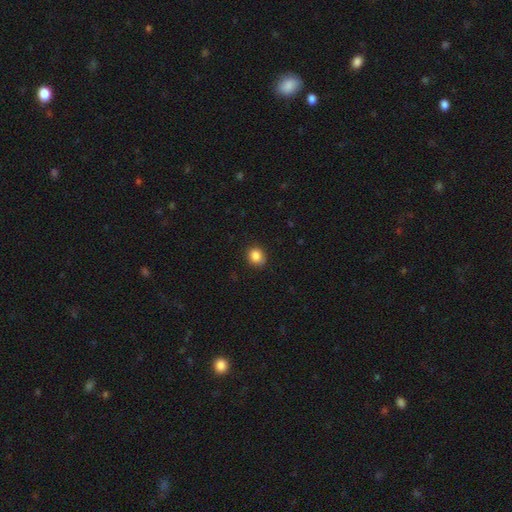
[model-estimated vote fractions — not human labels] Overall: smooth (86%). How rounded: round (68%; in between 31%). Merging: none (84%).